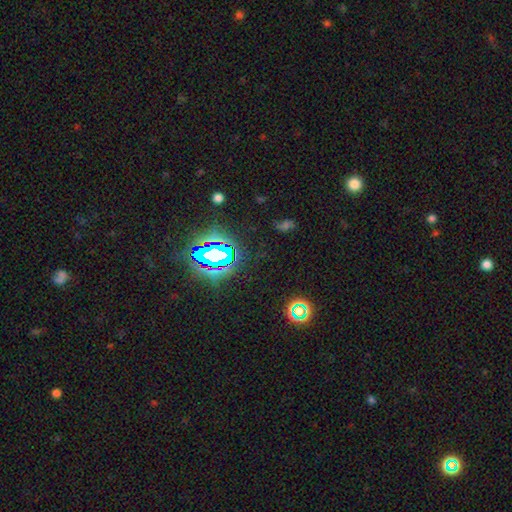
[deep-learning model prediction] A star or artifact, not a galaxy (78%).